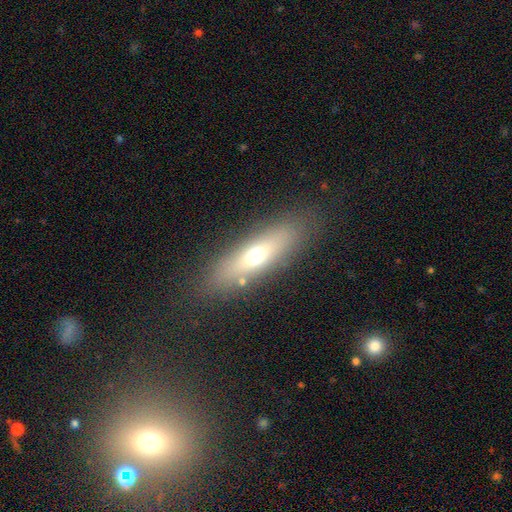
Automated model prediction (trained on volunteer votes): This appears to be a smooth galaxy with no disk features (58%) that is in between round and cigar-shaped (49%). Merging: none (82%).